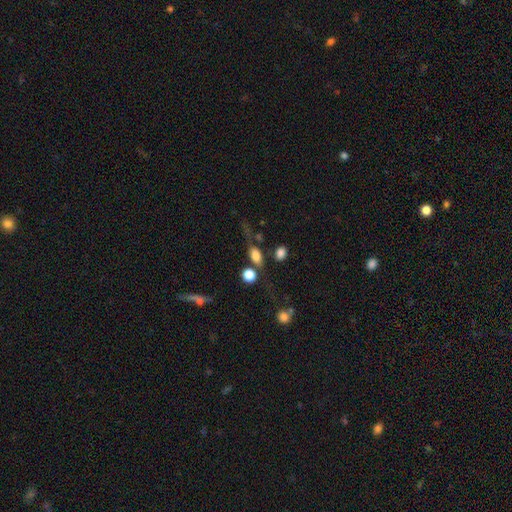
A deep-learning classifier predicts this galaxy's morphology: smooth 76%, featured or disk 14%, star or artifact 10%. Down the decision tree: how rounded — in between (78%); merging — none (56%).